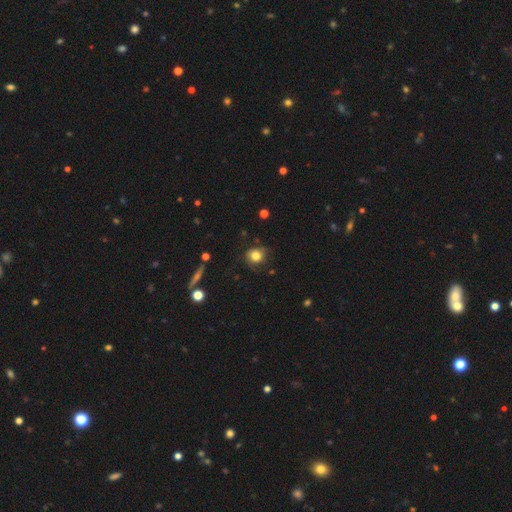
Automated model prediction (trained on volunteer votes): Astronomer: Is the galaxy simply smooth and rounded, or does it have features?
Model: smooth — 79%.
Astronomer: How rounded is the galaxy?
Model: round — 83%.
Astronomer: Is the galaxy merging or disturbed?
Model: none — 73%.